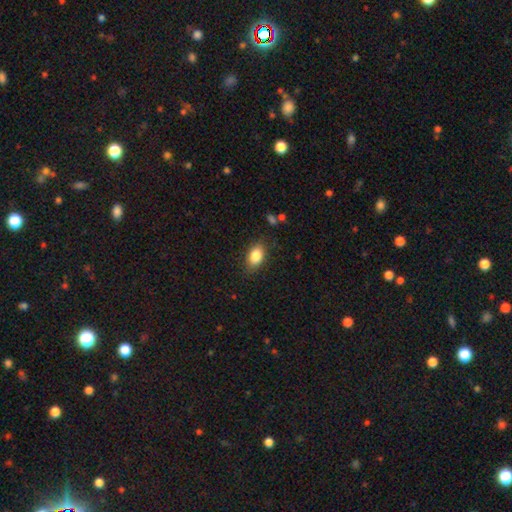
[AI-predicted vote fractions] smooth-or-featured: smooth: 85% | star or artifact: 8% | featured or disk: 8%
  how-rounded: in between: 87% | round: 10% | cigar-shaped: 3%
  merging: none: 83% | minor disturbance: 12% | major disturbance: 3% | merger: 1%